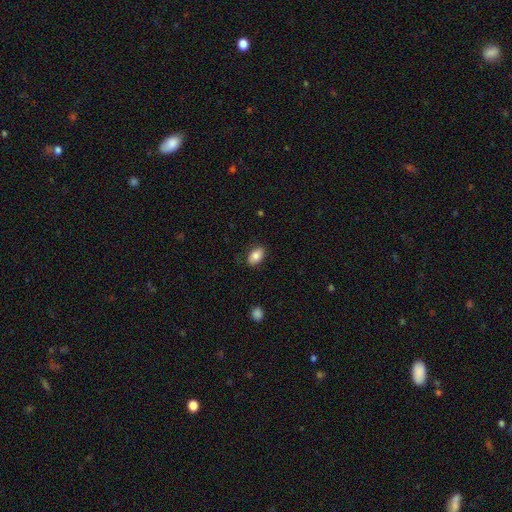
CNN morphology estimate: This is clearly a smooth galaxy (85%). How rounded: clearly in between (90%). Merging: clearly none (85%).